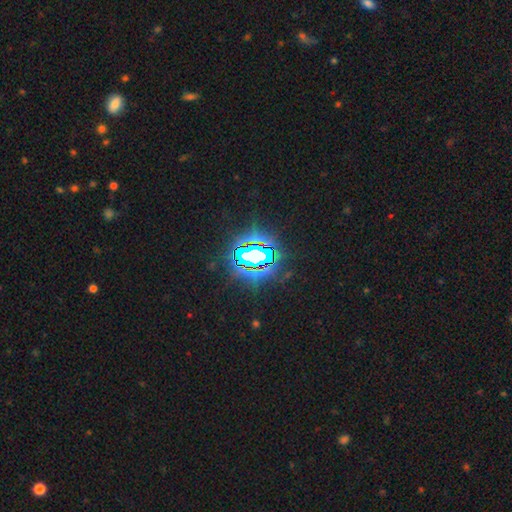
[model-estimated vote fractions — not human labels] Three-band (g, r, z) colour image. It shows a star or artifact, not a galaxy (76%).